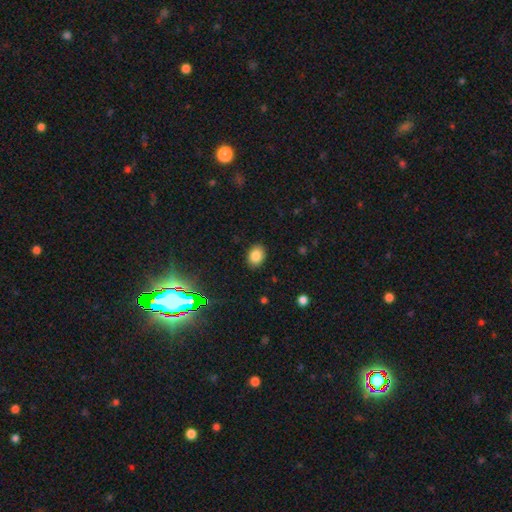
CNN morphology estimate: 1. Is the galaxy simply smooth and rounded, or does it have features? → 83% smooth, 11% star or artifact, 6% featured or disk.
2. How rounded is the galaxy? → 64% in between, 35% round, 1% cigar-shaped.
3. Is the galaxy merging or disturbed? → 89% none, 8% minor disturbance, 2% major disturbance, 1% merger.